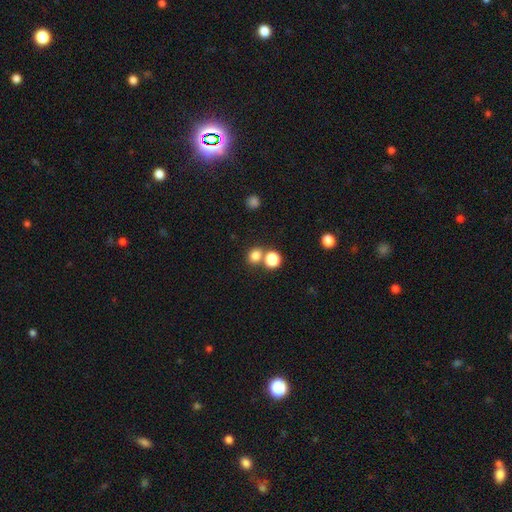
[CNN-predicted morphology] Q: Smooth or featured?
A: smooth (80%); runner-up: star or artifact (15%)
Q: How rounded?
A: round (74%); runner-up: in between (25%)
Q: Merging?
A: none (60%); runner-up: merger (29%)